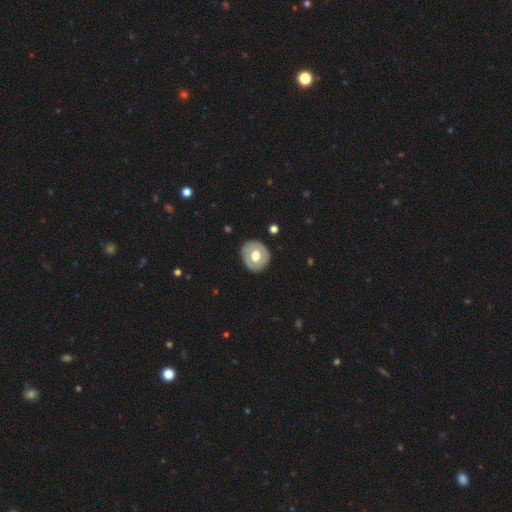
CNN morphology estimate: featured or disk 49%, smooth 46%, star or artifact 6%. Down the decision tree: merging — none (83%).